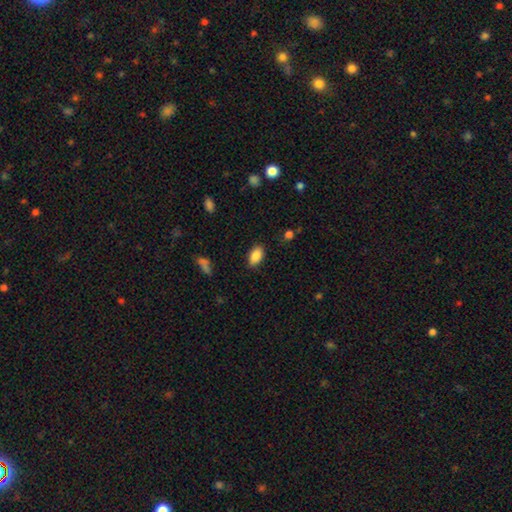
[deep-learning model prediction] Smooth or featured?
  - smooth: 88% *
  - star or artifact: 8%
  - featured or disk: 5%
How rounded?
  - in between: 93% *
  - round: 5%
  - cigar-shaped: 2%
Merging?
  - none: 86% *
  - minor disturbance: 10%
  - major disturbance: 3%
  - merger: 1%